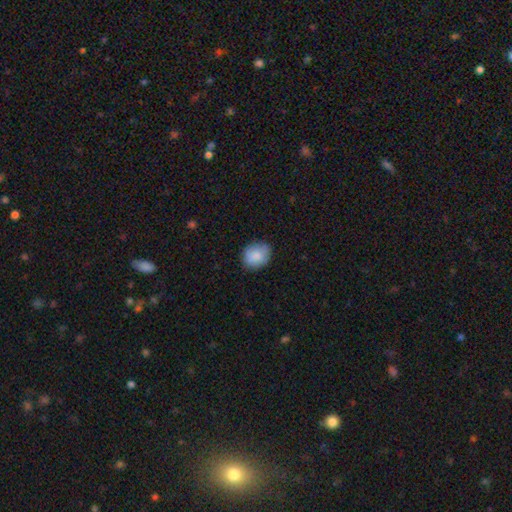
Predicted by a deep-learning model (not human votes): Overall: smooth (85%). How rounded: round (63%; in between 36%). Merging: none (81%).